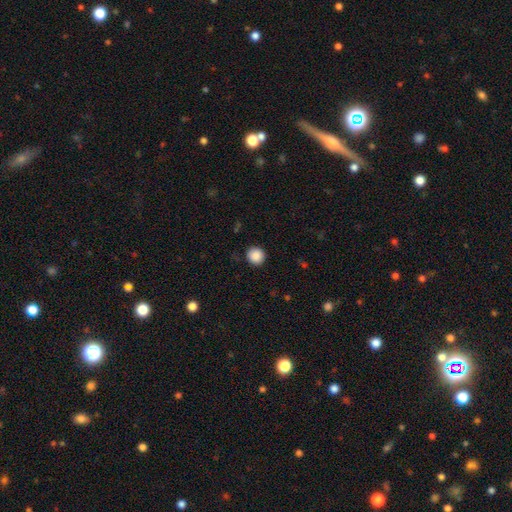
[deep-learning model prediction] Overall: smooth (88%). How rounded: round (93%). Merging: none (90%).